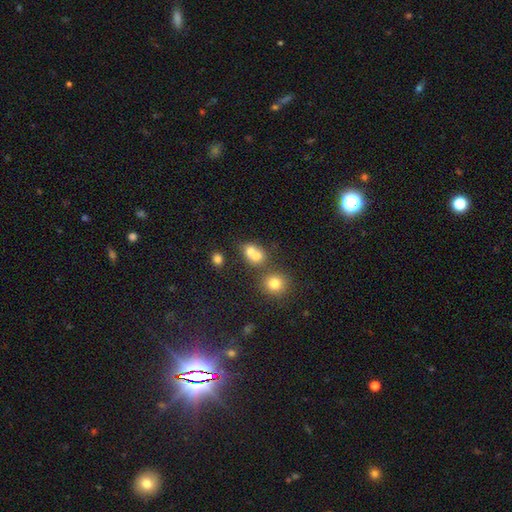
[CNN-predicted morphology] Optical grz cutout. It shows a smooth galaxy with no disk features (72%) that is round (63%). Merging: merger (58%).